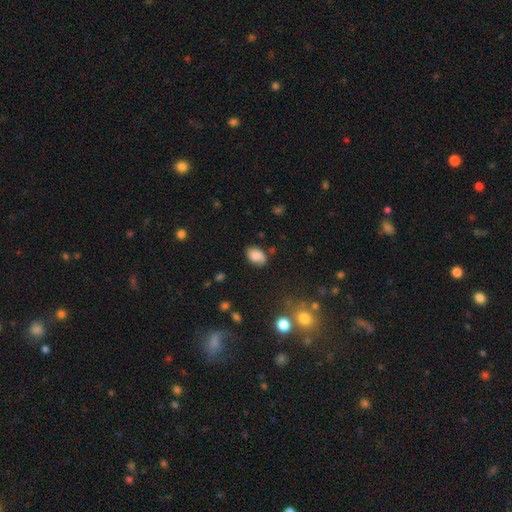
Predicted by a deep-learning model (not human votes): Q: Smooth or featured?
A: smooth (78%); runner-up: featured or disk (13%)
Q: How rounded?
A: in between (85%); runner-up: round (14%)
Q: Merging?
A: none (77%); runner-up: minor disturbance (17%)